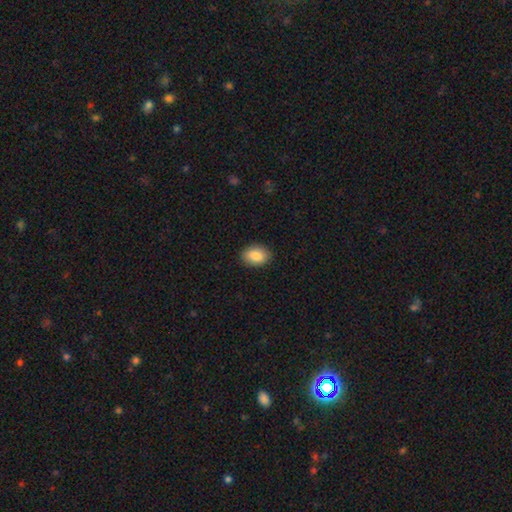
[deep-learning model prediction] A smooth galaxy with no disk features (86%) that is in between round and cigar-shaped (82%).

Vote fractions:
- Smooth or featured? smooth: 86% / star or artifact: 7% / featured or disk: 6%
- How rounded? in between: 82% / round: 16% / cigar-shaped: 1%
- Merging? none: 89% / minor disturbance: 8% / major disturbance: 2% / merger: 1%